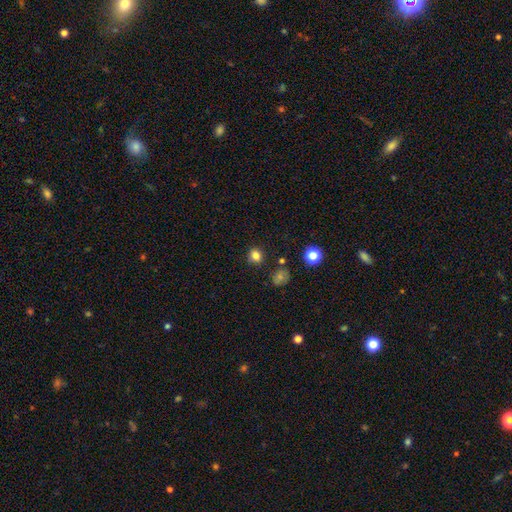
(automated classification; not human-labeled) The model was most divided on "how rounded": round: 80%, in between: 19%, cigar-shaped: 1%. More confident: merging — none (85%); smooth or featured — smooth (81%).